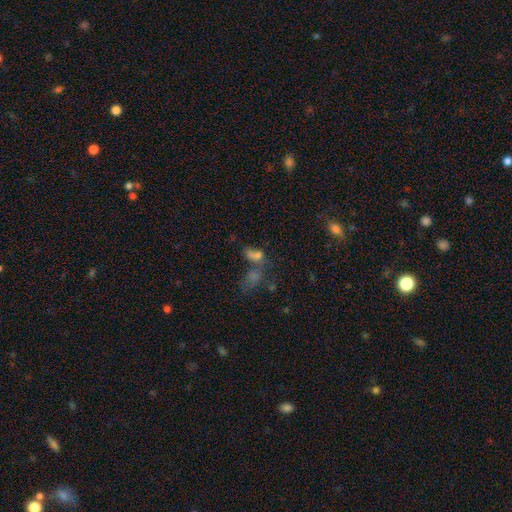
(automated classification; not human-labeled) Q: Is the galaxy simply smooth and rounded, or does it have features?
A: smooth — 60%.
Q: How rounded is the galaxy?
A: in between — 72%.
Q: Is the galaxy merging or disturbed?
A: merger — 52%.